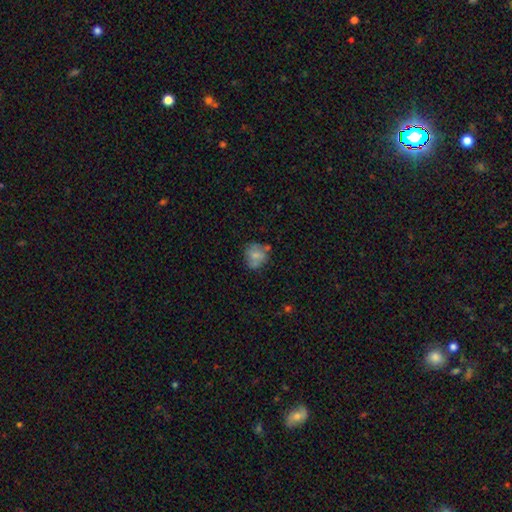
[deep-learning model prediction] This appears to be a smooth galaxy with no disk features (59%) that is round (73%). Merging: none (54%).